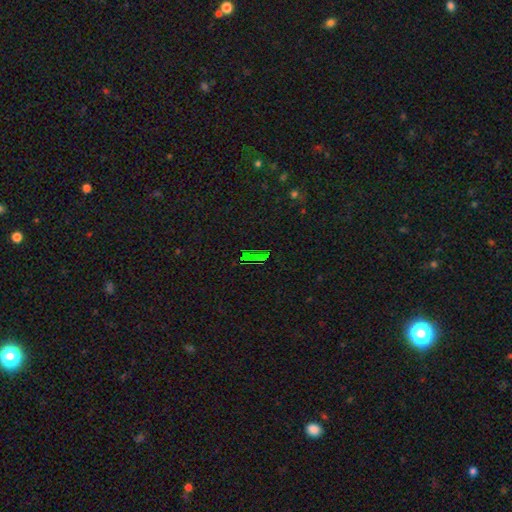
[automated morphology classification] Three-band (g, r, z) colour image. It shows a star or artifact, not a galaxy (67%).